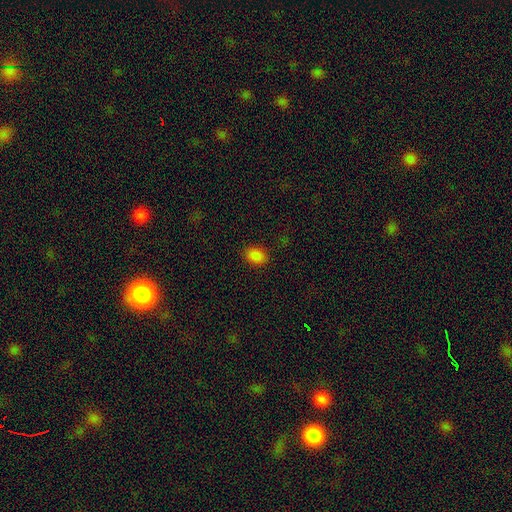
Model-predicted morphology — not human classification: The model was most divided on "how rounded": in between: 83%, round: 16%, cigar-shaped: 1%. More confident: merging — none (85%); smooth or featured — smooth (85%).